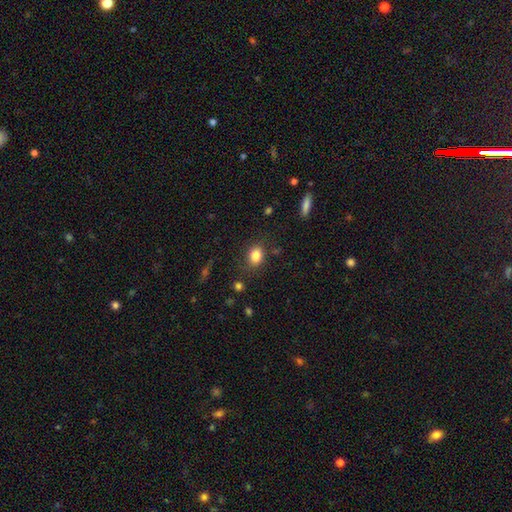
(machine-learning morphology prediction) Q: Smooth or featured?
A: smooth (83%); runner-up: star or artifact (10%)
Q: How rounded?
A: in between (55%); runner-up: round (44%)
Q: Merging?
A: none (82%); runner-up: minor disturbance (12%)